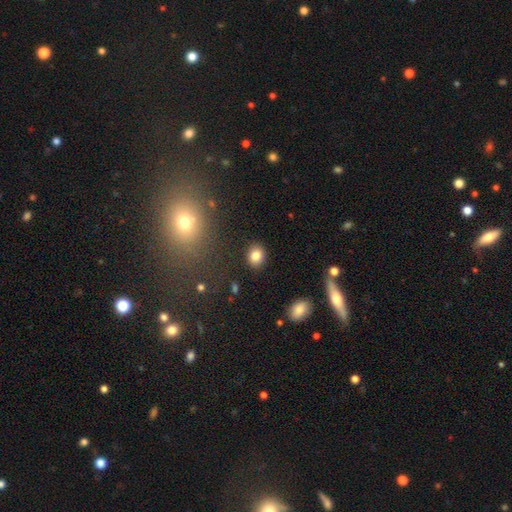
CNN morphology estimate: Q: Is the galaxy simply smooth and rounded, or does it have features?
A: smooth — 83%.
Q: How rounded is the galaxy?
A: round — 54%.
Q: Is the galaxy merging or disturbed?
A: none — 89%.